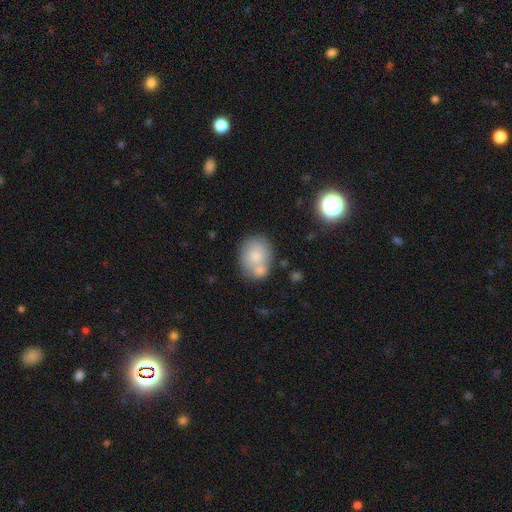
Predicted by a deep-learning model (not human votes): Morphology: type=smooth (76%); roundness=round (57%); merging=none (47%).